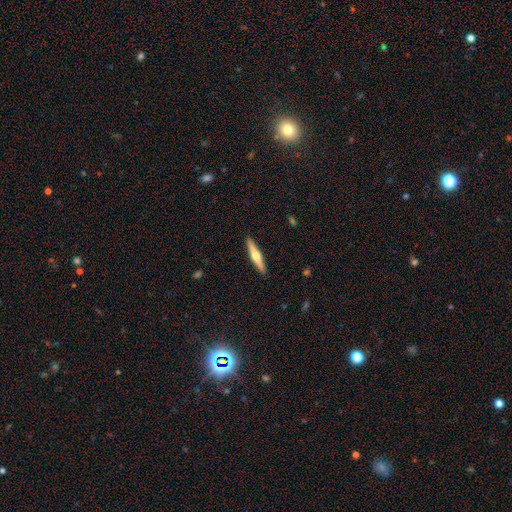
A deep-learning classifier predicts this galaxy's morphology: Smooth or featured? Predicted: featured or disk (p=0.62). Edge-on disk? Predicted: yes (p=0.97). Edge-on bulge? Predicted: rounded (p=0.94). Merging? Predicted: none (p=0.92).